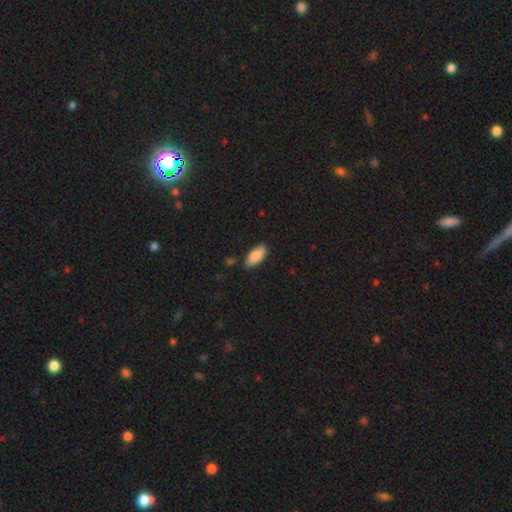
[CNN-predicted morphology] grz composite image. It shows a smooth galaxy with no disk features (86%) that is in between round and cigar-shaped (88%). Merging: none (82%).